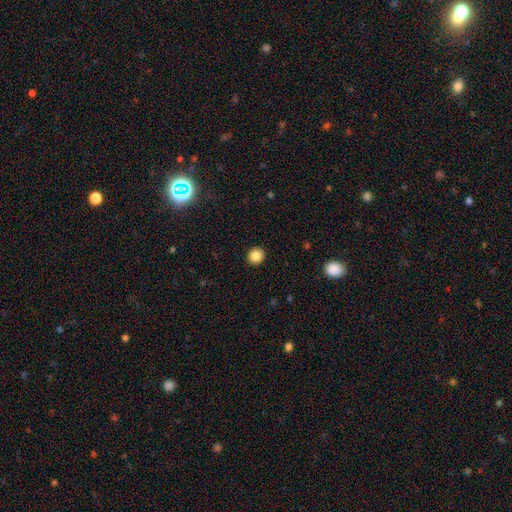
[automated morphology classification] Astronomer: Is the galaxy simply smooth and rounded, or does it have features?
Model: smooth — 85%.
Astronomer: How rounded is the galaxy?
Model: round — 90%.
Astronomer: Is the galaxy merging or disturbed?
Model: none — 93%.